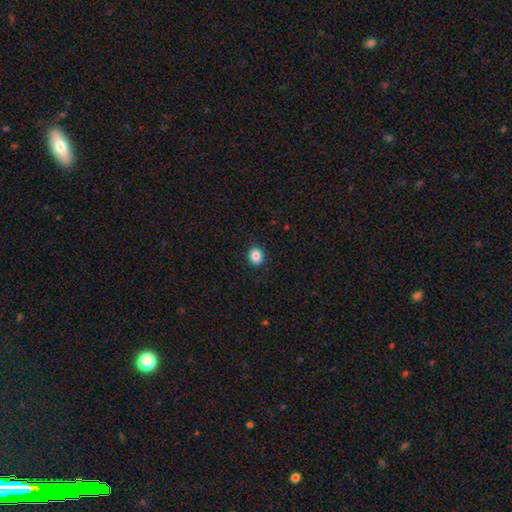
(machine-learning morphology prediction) A smooth galaxy with no disk features (86%) that is round (68%).

Vote fractions:
- Smooth or featured? smooth: 86% / star or artifact: 10% / featured or disk: 4%
- How rounded? round: 68% / in between: 31% / cigar-shaped: 1%
- Merging? none: 89% / minor disturbance: 7% / major disturbance: 2% / merger: 1%